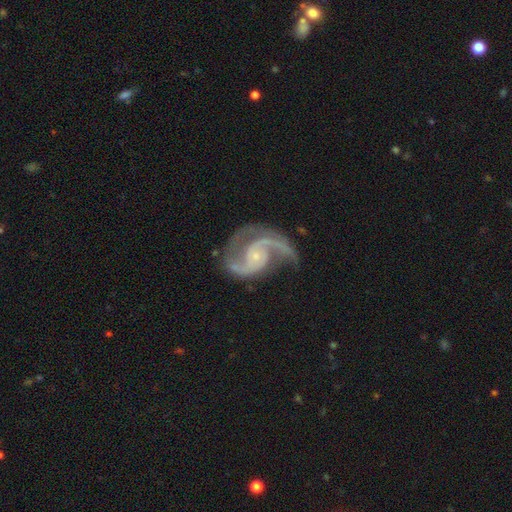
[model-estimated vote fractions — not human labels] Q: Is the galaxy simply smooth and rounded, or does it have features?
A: featured or disk — 93%.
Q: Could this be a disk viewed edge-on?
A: no — 98%.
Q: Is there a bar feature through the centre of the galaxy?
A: no — 65%.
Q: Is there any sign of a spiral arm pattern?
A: yes — 98%.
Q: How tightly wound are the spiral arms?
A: medium — 61%.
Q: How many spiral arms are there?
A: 2 — 90%.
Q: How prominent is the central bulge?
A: small — 79%.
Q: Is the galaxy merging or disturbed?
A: none — 65%.